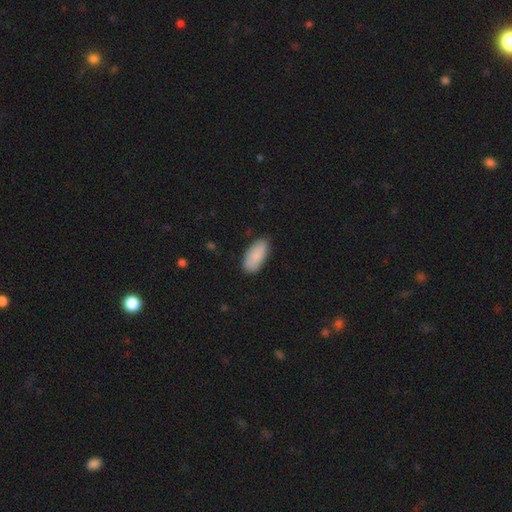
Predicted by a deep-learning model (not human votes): Smooth or featured? smooth (86%)
How rounded? in between (92%)
Merging? none (82%)